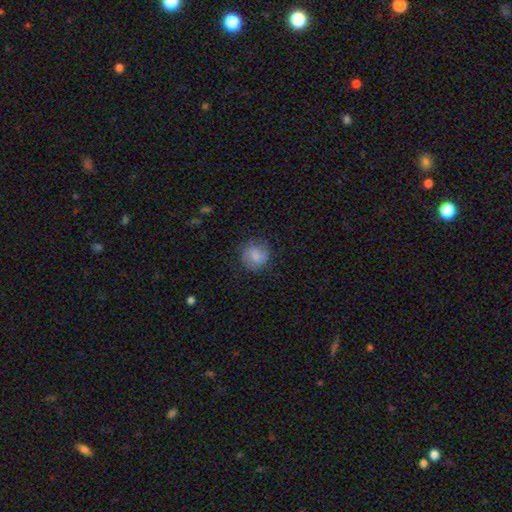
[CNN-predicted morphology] This appears to be a smooth galaxy with no disk features (70%) that is round (86%). Merging: none (77%).